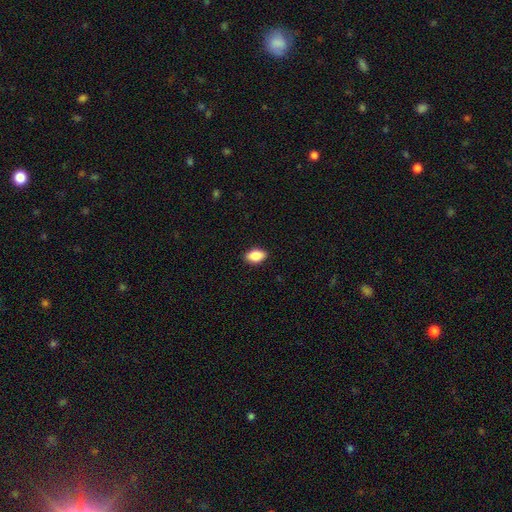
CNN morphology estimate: smooth_or_featured: smooth (p=0.88) [alt: star or artifact p=0.07]
how_rounded: in between (p=0.91) [alt: round p=0.07]
merging: none (p=0.90) [alt: minor disturbance p=0.08]